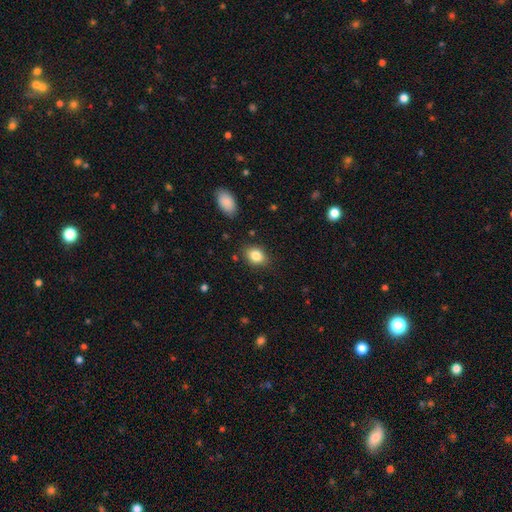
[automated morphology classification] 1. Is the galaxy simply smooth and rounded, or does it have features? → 84% smooth, 9% star or artifact, 7% featured or disk.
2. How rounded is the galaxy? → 71% in between, 27% round, 1% cigar-shaped.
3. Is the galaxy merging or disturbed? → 84% none, 11% minor disturbance, 3% major disturbance, 2% merger.